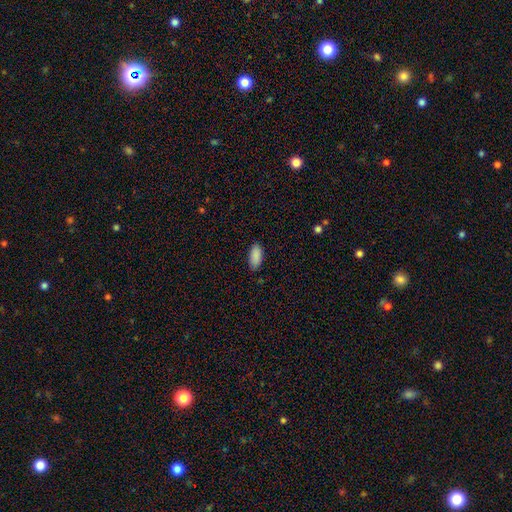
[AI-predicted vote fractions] This is clearly a smooth galaxy (89%). How rounded: clearly in between (91%). Merging: clearly none (82%).